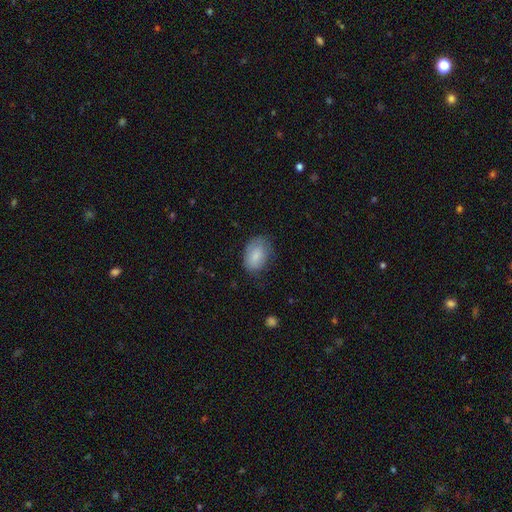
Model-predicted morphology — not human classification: A smooth galaxy with no disk features (82%) that is in between round and cigar-shaped (87%).

Vote fractions:
- Smooth or featured? smooth: 82% / featured or disk: 11% / star or artifact: 7%
- How rounded? in between: 87% / round: 12% / cigar-shaped: 1%
- Merging? none: 66% / minor disturbance: 26% / major disturbance: 7% / merger: 1%